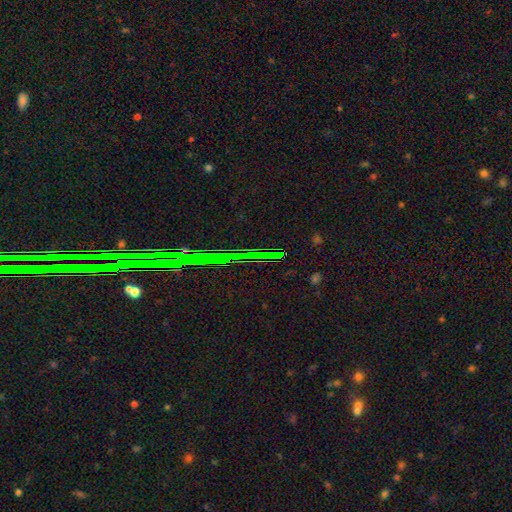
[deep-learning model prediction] The model was most divided on "smooth or featured": star or artifact: 80%, featured or disk: 11%, smooth: 10%.